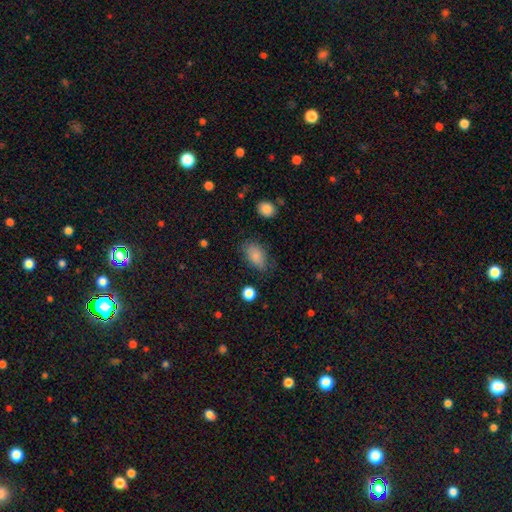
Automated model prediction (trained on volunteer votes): Smooth or featured?
  - smooth: 84% *
  - star or artifact: 8%
  - featured or disk: 8%
How rounded?
  - in between: 89% *
  - round: 9%
  - cigar-shaped: 2%
Merging?
  - none: 73% *
  - minor disturbance: 19%
  - major disturbance: 6%
  - merger: 2%